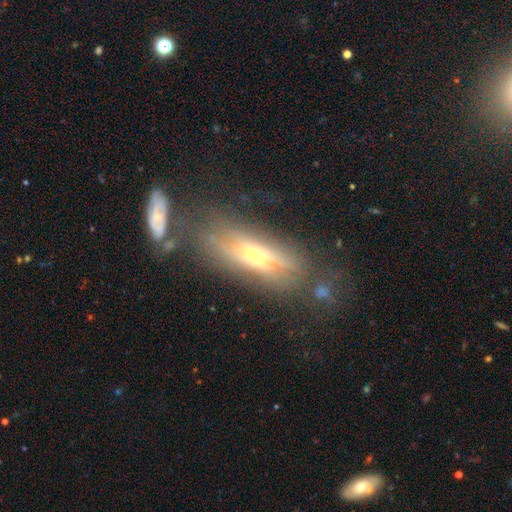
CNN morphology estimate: smooth_or_featured: featured or disk (p=0.51) [alt: smooth p=0.38]
disk_edge_on: no (p=0.54) [alt: yes p=0.46]
merging: none (p=0.48) [alt: minor disturbance p=0.22]